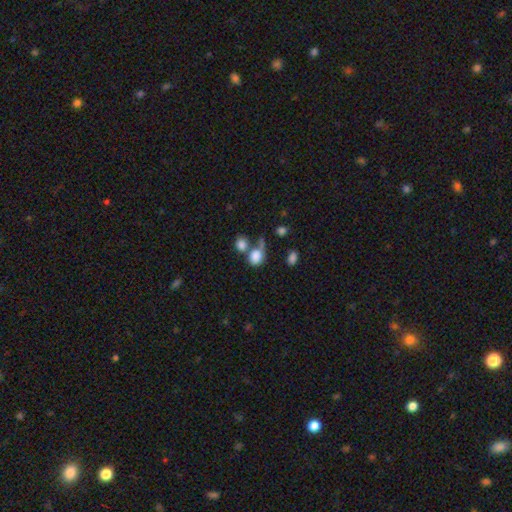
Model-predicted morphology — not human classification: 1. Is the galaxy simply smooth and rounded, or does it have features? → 82% smooth, 9% featured or disk, 9% star or artifact.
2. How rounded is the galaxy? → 54% round, 44% in between, 2% cigar-shaped.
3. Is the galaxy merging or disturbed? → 43% merger, 32% none, 13% major disturbance, 13% minor disturbance.